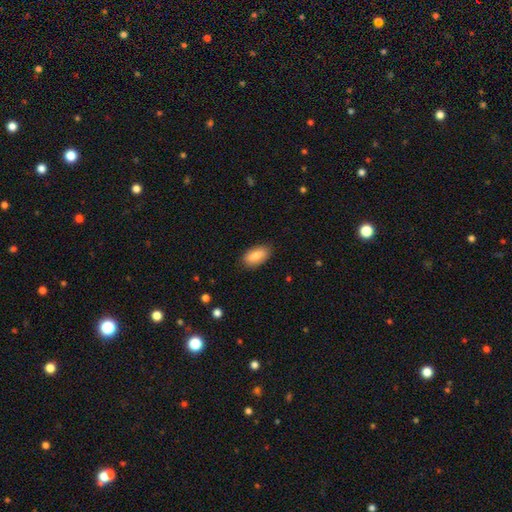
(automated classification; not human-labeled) Q: Smooth or featured?
A: smooth (82%); runner-up: featured or disk (12%)
Q: How rounded?
A: in between (92%); runner-up: cigar-shaped (5%)
Q: Merging?
A: none (85%); runner-up: minor disturbance (12%)